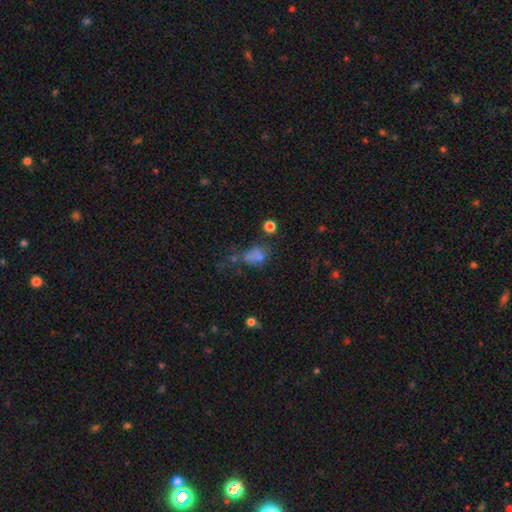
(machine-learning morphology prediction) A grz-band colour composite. It shows a smooth galaxy with no disk features (62%) that is in between round and cigar-shaped (68%). Merging: none (30%).